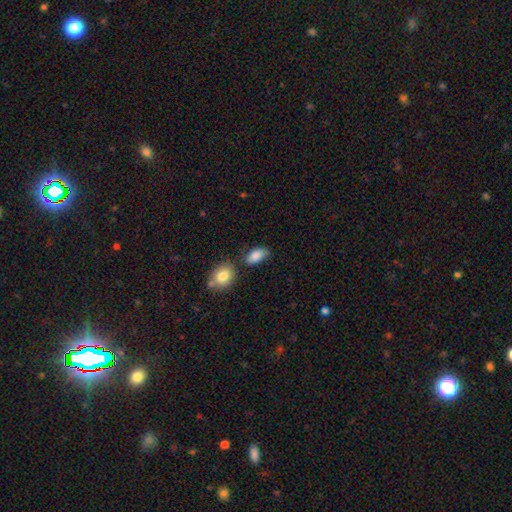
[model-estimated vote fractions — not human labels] smooth 85%, star or artifact 8%, featured or disk 7%. Down the decision tree: how rounded — in between (91%); merging — none (66%).